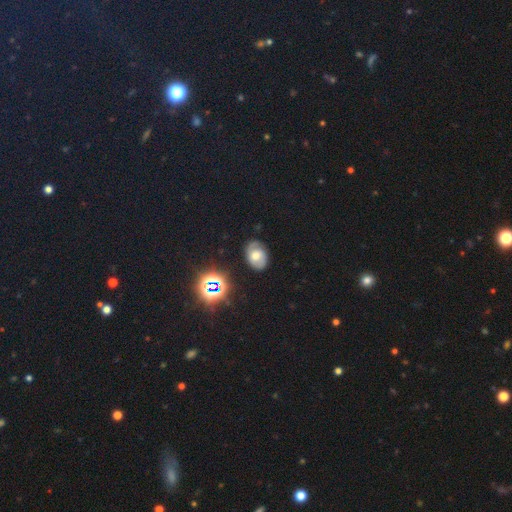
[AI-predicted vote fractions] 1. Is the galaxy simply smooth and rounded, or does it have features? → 54% featured or disk, 32% smooth, 15% star or artifact.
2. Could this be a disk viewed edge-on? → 96% no, 4% yes.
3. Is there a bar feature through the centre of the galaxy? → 62% no, 31% weak, 7% strong.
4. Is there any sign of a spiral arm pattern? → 80% yes, 20% no.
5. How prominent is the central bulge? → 65% moderate, 19% small, 12% large, 3% none, 2% dominant.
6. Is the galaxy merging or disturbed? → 70% none, 21% minor disturbance, 7% major disturbance, 2% merger.